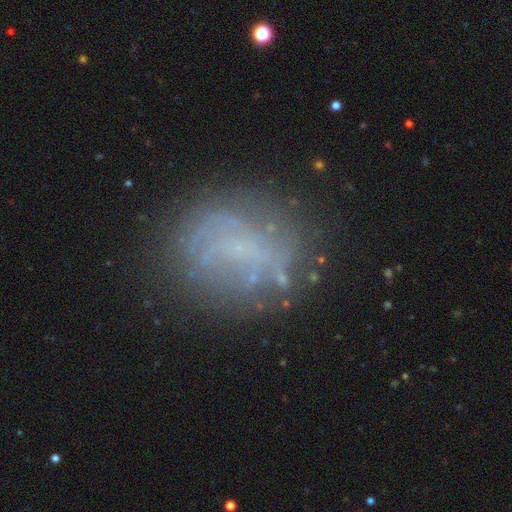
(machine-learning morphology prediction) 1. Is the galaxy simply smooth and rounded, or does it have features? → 51% featured or disk, 34% smooth, 16% star or artifact.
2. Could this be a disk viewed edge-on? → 97% no, 3% yes.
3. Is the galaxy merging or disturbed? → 68% none, 17% minor disturbance, 12% major disturbance, 3% merger.